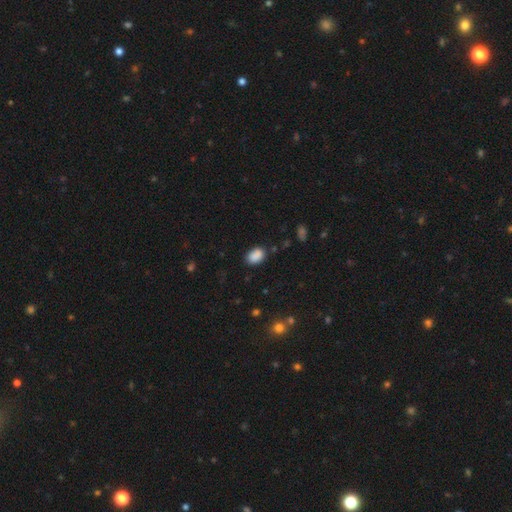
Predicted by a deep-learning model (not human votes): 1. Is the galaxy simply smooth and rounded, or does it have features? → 88% smooth, 8% star or artifact, 3% featured or disk.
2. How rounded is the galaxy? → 81% in between, 18% round, 1% cigar-shaped.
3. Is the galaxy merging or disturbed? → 83% none, 12% minor disturbance, 3% major disturbance, 2% merger.